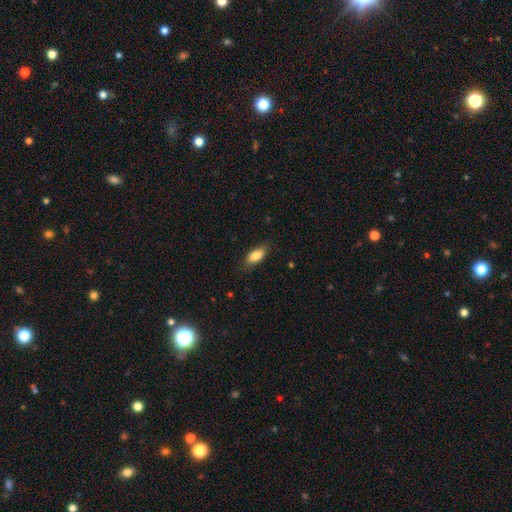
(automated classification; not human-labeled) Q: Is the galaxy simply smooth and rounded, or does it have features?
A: smooth — 82%.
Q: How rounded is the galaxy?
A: in between — 85%.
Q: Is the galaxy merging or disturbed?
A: none — 80%.